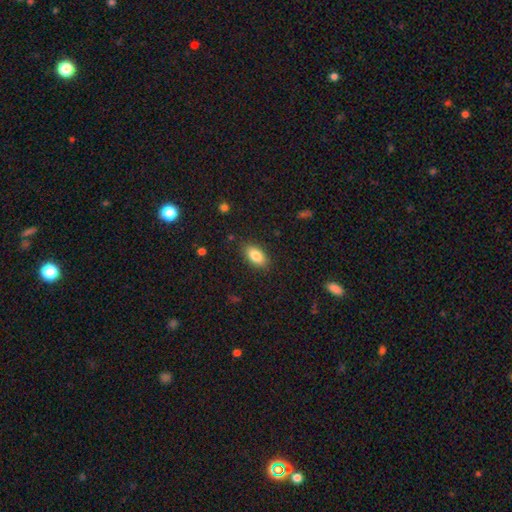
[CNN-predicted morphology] This appears to be a smooth galaxy with no disk features (85%) that is in between round and cigar-shaped (91%). Merging: none (86%).